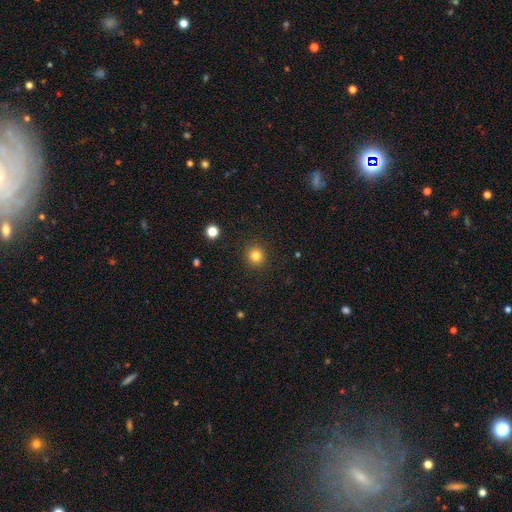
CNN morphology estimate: smooth_or_featured: smooth (p=0.83) [alt: star or artifact p=0.12]
how_rounded: round (p=0.91) [alt: in between p=0.08]
merging: none (p=0.91) [alt: minor disturbance p=0.05]